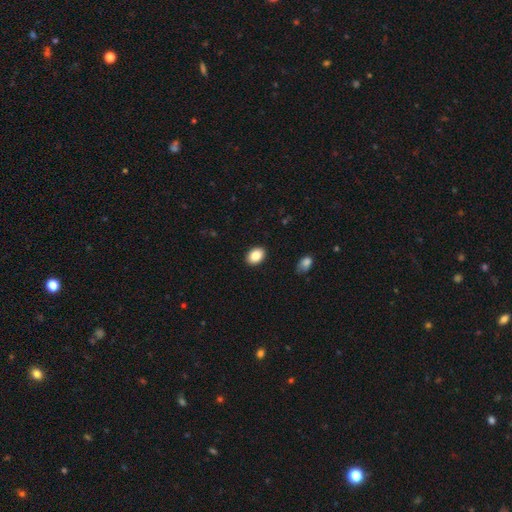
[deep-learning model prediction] smooth_or_featured: smooth (p=0.86) [alt: star or artifact p=0.08]
how_rounded: in between (p=0.78) [alt: round p=0.21]
merging: none (p=0.90) [alt: minor disturbance p=0.07]